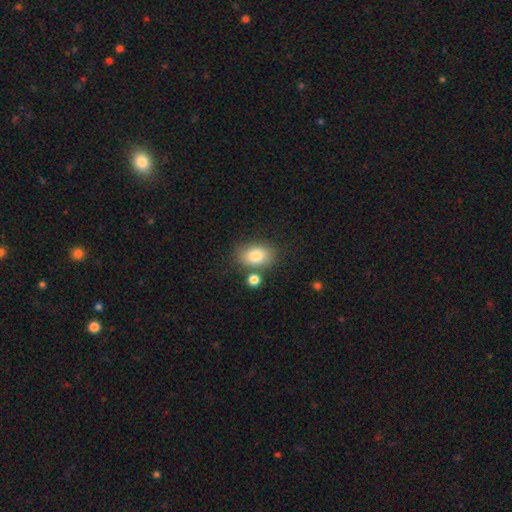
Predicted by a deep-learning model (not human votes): smooth-or-featured: smooth: 81% | featured or disk: 10% | star or artifact: 9%
  how-rounded: in between: 77% | round: 22% | cigar-shaped: 1%
  merging: none: 69% | merger: 14% | minor disturbance: 13% | major disturbance: 4%